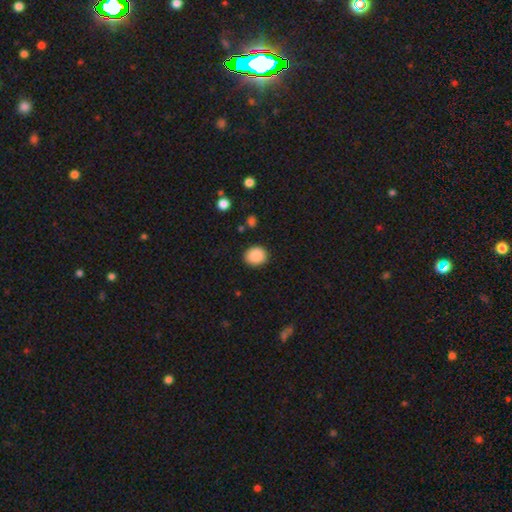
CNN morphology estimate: Smooth or featured?
  - smooth: 89% *
  - star or artifact: 8%
  - featured or disk: 3%
How rounded?
  - round: 77% *
  - in between: 22%
  - cigar-shaped: 1%
Merging?
  - none: 88% *
  - minor disturbance: 8%
  - major disturbance: 2%
  - merger: 1%